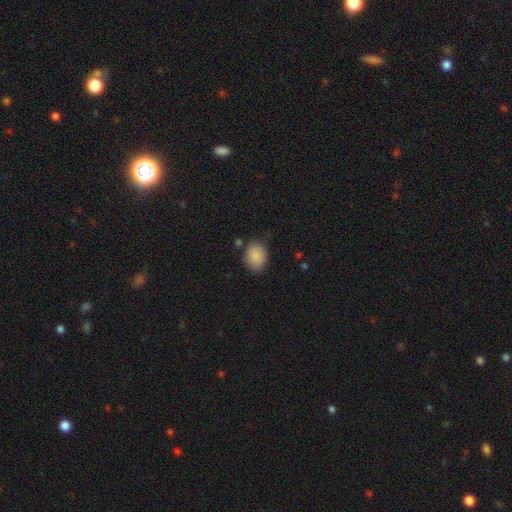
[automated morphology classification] Overall: smooth (88%). How rounded: in between (59%; round 40%). Merging: none (78%).